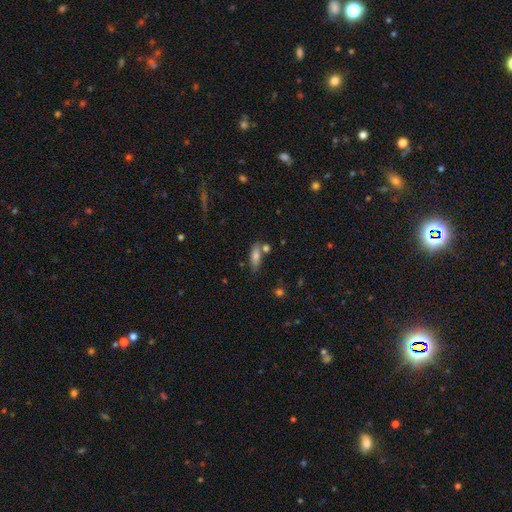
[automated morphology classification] smooth 76%, featured or disk 16%, star or artifact 8%. Down the decision tree: how rounded — in between (60%); merging — none (67%).